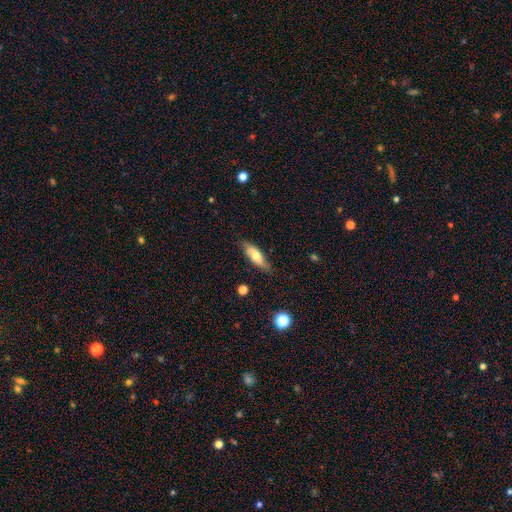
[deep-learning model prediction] This appears to be a smooth galaxy with no disk features (57%) that is in between round and cigar-shaped (56%). Merging: none (78%).